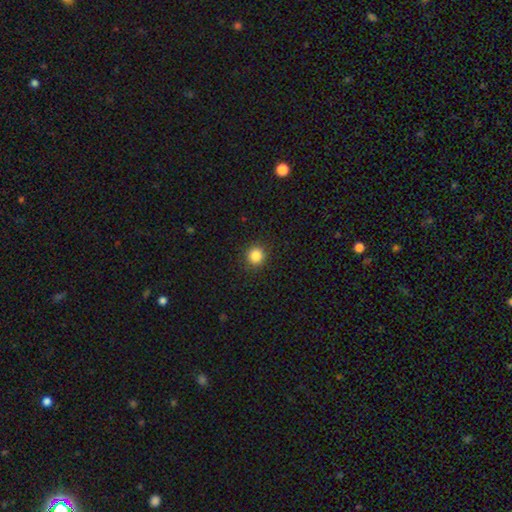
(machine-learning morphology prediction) Smooth or featured? Predicted: smooth (p=0.86). How rounded? Predicted: round (p=0.93). Merging? Predicted: none (p=0.91).